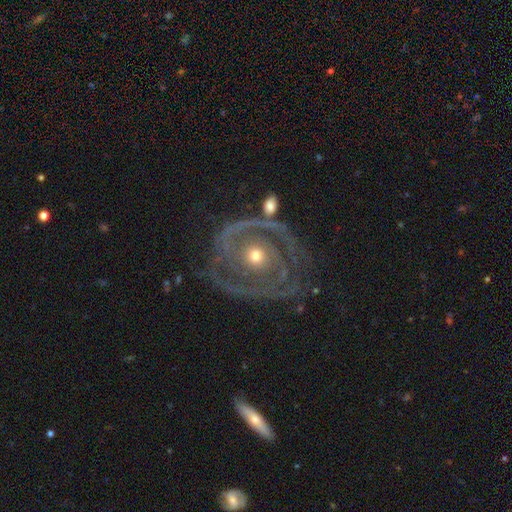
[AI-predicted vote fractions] This appears to be a featured or disk galaxy (88%) with no bar (82%), 2 (53%) tight (64%) spiral arms (91%) and a moderate central bulge (49%). Merging: none (66%).